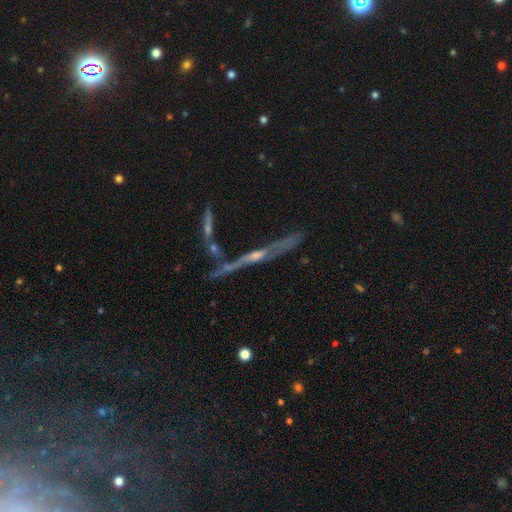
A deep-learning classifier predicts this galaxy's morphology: This is likely a featured or disk galaxy (79%). It is clearly viewed edge-on (93%). Edge-on bulge: likely rounded (73%). Merging: likely none (64%).